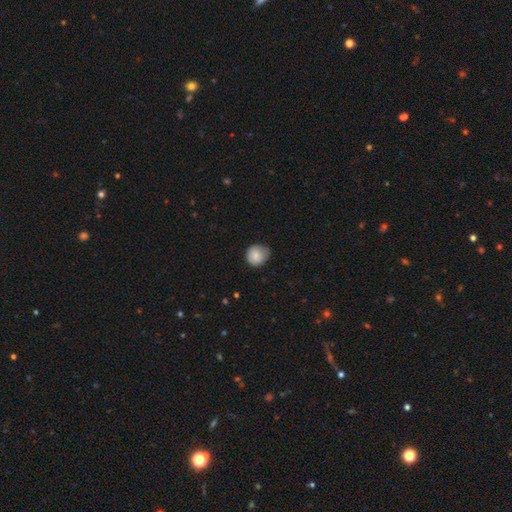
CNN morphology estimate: Q: Smooth or featured?
A: smooth (83%); runner-up: featured or disk (9%)
Q: How rounded?
A: round (81%); runner-up: in between (18%)
Q: Merging?
A: none (64%); runner-up: minor disturbance (29%)